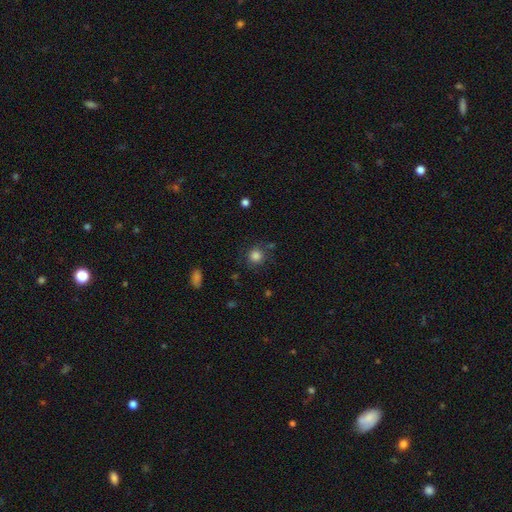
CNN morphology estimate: Smooth or featured? smooth (83%)
How rounded? round (92%)
Merging? none (81%)